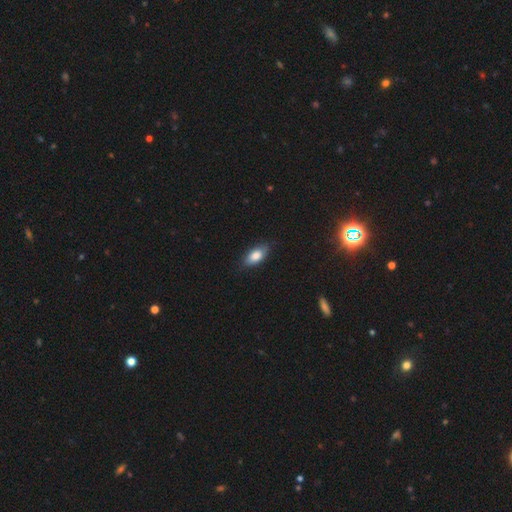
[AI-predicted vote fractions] Smooth or featured? Predicted: smooth (p=0.80). How rounded? Predicted: in between (p=0.87). Merging? Predicted: none (p=0.80).